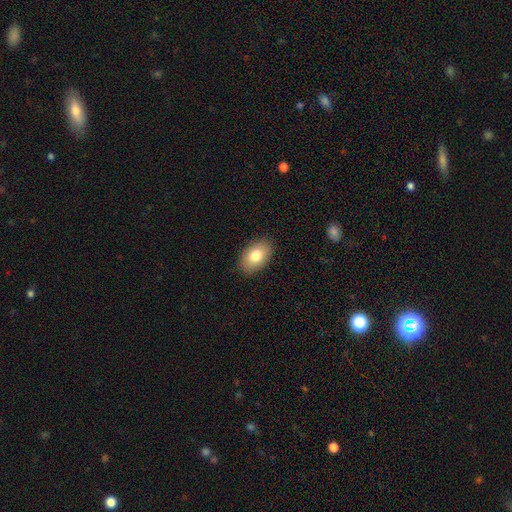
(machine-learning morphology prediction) Smooth or featured: smooth — 79% (featured or disk — 13%)
How rounded: in between — 90% (round — 9%)
Merging: none — 88% (minor disturbance — 9%)